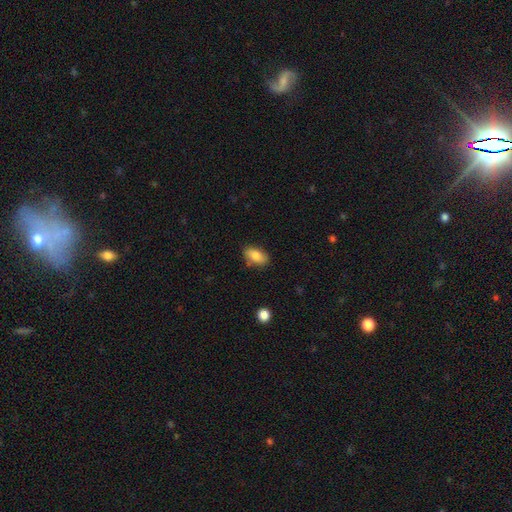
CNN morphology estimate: This appears to be a smooth galaxy with no disk features (82%) that is in between round and cigar-shaped (90%). Merging: none (78%).